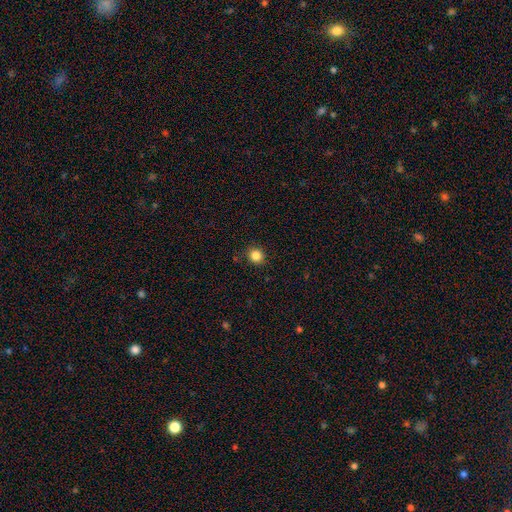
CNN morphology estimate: smooth_or_featured: smooth (p=0.84) [alt: star or artifact p=0.12]
how_rounded: round (p=0.88) [alt: in between p=0.12]
merging: none (p=0.89) [alt: minor disturbance p=0.07]